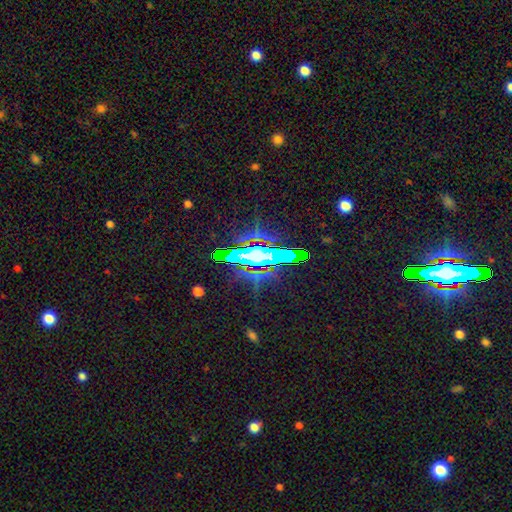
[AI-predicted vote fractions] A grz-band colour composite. It shows a star or artifact, not a galaxy (64%).